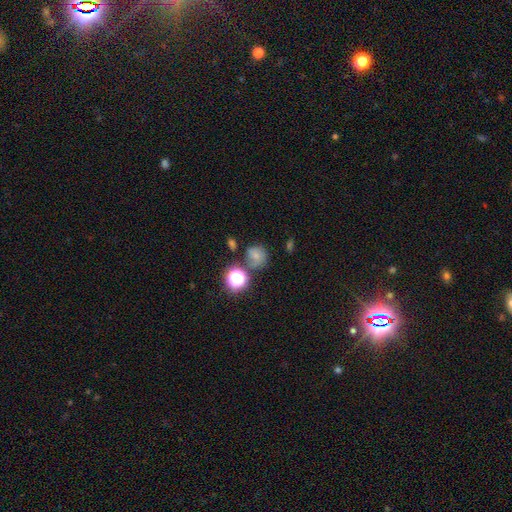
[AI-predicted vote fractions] This appears to be a smooth galaxy with no disk features (61%) that is round (83%). Merging: none (62%).